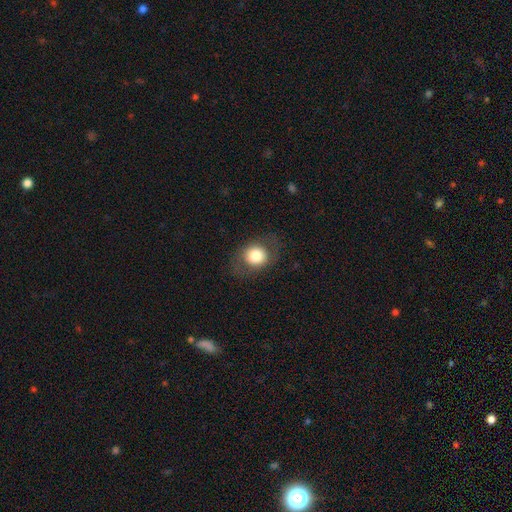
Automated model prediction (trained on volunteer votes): A smooth galaxy with no disk features (74%) that is round (59%). Merging: none (78%).